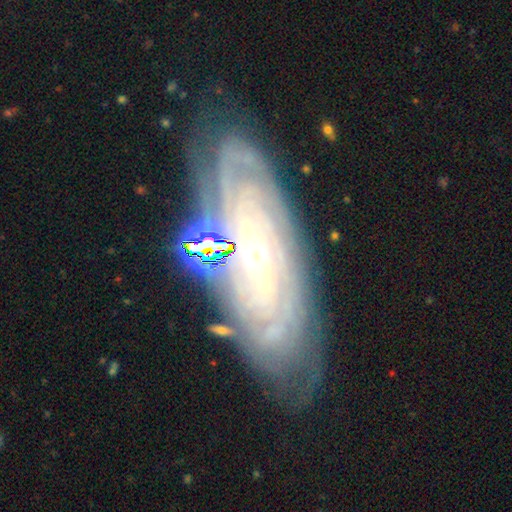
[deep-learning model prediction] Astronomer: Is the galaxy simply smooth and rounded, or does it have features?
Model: featured or disk — 87%.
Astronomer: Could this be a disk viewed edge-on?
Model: no — 88%.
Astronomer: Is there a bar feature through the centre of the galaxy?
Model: no — 52% (runner-up: weak, 31%).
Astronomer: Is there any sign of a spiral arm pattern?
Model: yes — 96%.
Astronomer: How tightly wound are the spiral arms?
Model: tight — 83%.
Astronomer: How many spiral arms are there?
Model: can't tell — 37% (runner-up: more than 4, 18%).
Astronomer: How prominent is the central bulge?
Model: small — 52% (runner-up: moderate, 42%).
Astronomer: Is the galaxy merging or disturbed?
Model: none — 75%.